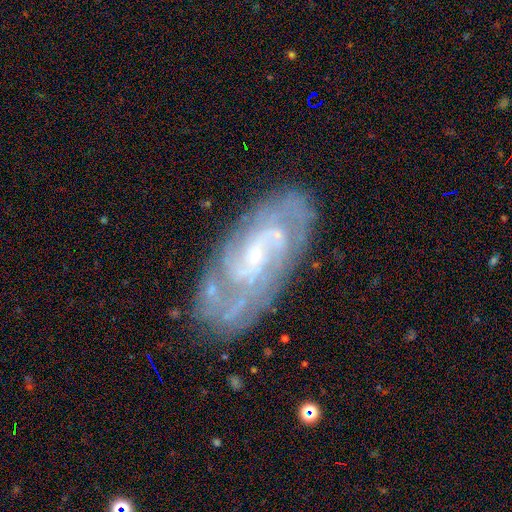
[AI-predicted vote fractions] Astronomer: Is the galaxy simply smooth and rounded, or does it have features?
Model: featured or disk — 86%.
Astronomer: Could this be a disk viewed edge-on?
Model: no — 94%.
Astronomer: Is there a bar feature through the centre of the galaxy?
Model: no — 46% (runner-up: weak, 44%).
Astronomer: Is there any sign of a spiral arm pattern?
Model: yes — 96%.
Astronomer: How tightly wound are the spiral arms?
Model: tight — 53% (runner-up: medium, 38%).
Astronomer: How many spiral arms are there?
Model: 2 — 39% (runner-up: can't tell, 25%).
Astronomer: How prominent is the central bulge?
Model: small — 73%.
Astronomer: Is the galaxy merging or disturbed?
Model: none — 76%.